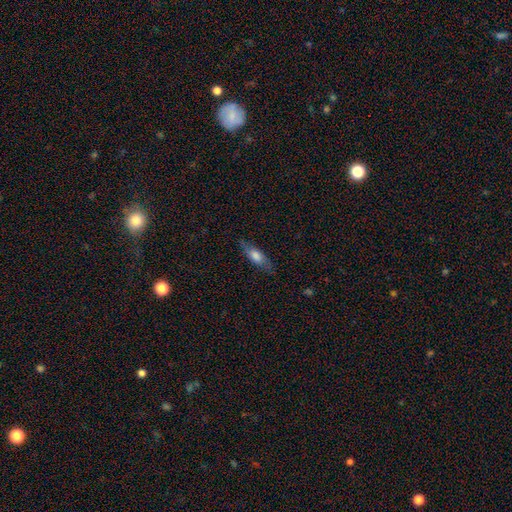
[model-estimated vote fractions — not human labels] smooth_or_featured: smooth (p=0.64) [alt: featured or disk p=0.30]
how_rounded: in between (p=0.52) [alt: cigar-shaped p=0.46]
merging: none (p=0.78) [alt: minor disturbance p=0.17]